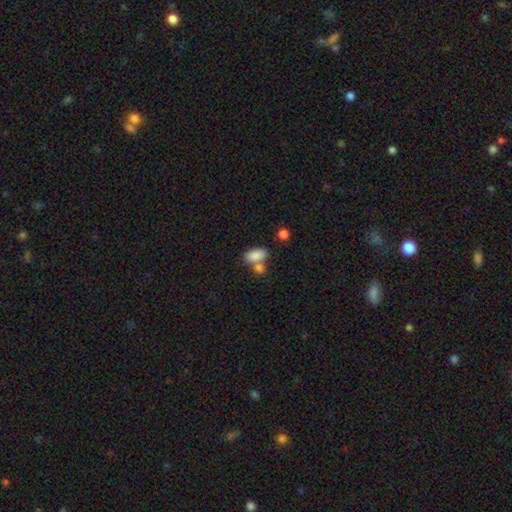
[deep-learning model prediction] This appears to be a smooth galaxy with no disk features (85%) that is in between round and cigar-shaped (92%). Merging: none (47%).